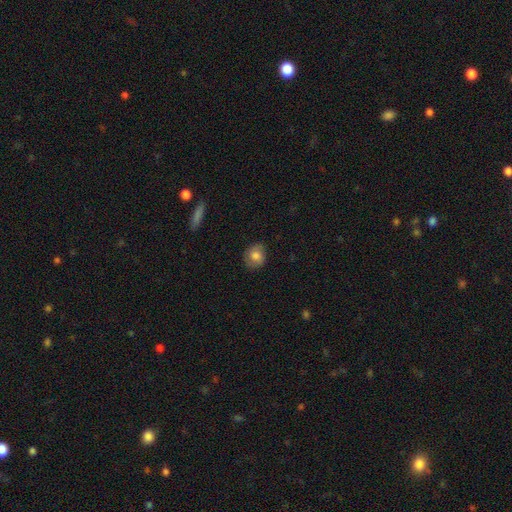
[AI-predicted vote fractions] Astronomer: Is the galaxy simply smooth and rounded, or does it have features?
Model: smooth — 73%.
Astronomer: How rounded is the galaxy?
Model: round — 68%.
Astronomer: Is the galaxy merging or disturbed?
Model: none — 76%.